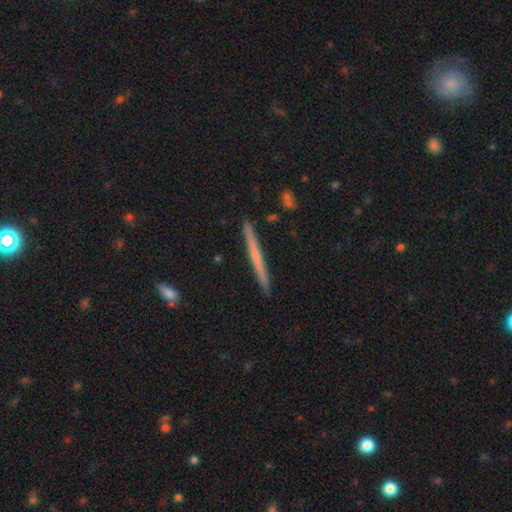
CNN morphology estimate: Overall: featured or disk (57%; smooth 37%). Edge-on disk: yes (98%). Edge-on bulge: none (64%; rounded 31%). Merging: none (91%).